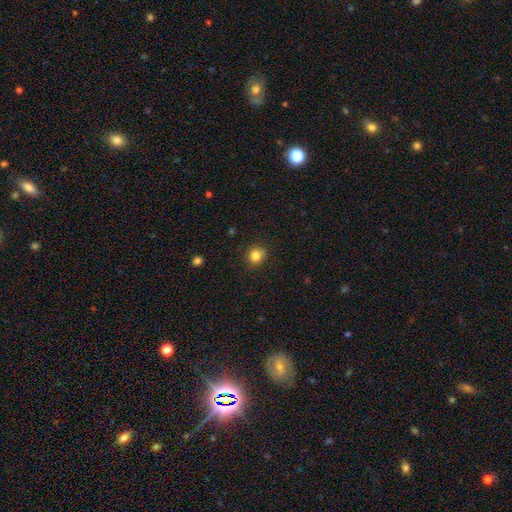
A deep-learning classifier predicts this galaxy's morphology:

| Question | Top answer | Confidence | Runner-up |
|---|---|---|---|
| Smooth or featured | smooth | 83% | star or artifact (11%) |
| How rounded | round | 82% | in between (17%) |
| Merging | none | 86% | minor disturbance (10%) |